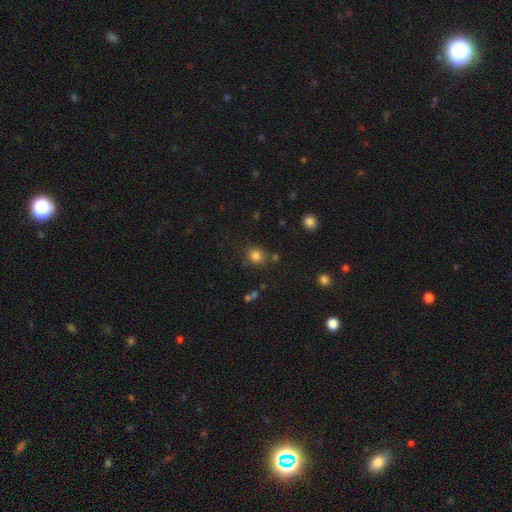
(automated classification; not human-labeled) Smooth or featured? Predicted: smooth (p=0.81). How rounded? Predicted: round (p=0.79). Merging? Predicted: none (p=0.77).